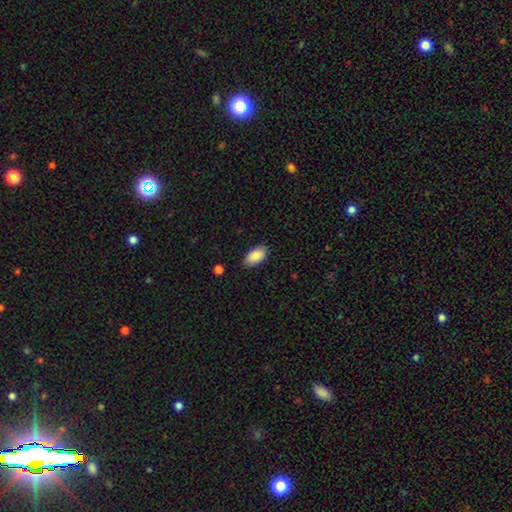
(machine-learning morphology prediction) A smooth galaxy with no disk features (89%) that is in between round and cigar-shaped (95%).

Vote fractions:
- Smooth or featured? smooth: 89% / star or artifact: 6% / featured or disk: 5%
- How rounded? in between: 95% / cigar-shaped: 3% / round: 2%
- Merging? none: 85% / minor disturbance: 11% / major disturbance: 2% / merger: 1%